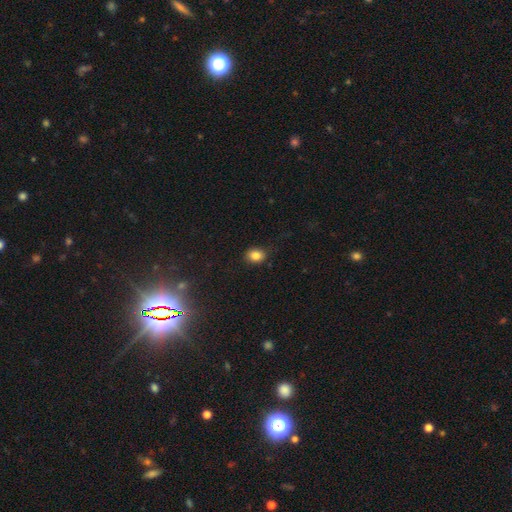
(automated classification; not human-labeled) The model was most divided on "how rounded": in between: 58%, round: 41%, cigar-shaped: 1%. More confident: merging — none (84%); smooth or featured — smooth (83%).